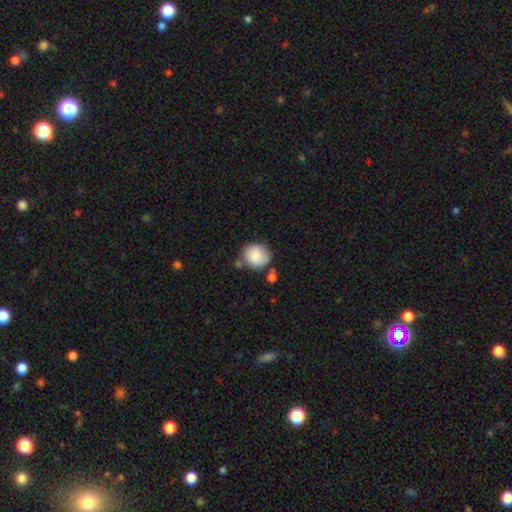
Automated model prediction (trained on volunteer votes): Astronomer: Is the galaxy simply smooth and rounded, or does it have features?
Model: smooth — 82%.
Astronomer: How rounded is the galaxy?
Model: round — 78%.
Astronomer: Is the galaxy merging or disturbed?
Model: none — 67%.